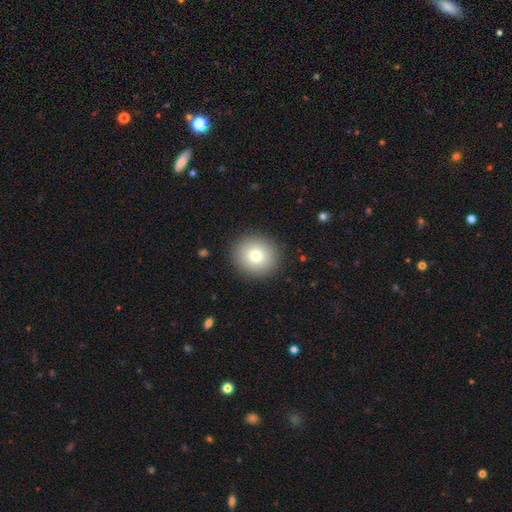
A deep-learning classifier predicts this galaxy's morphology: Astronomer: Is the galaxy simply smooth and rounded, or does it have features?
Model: smooth — 77%.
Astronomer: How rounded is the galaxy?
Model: round — 89%.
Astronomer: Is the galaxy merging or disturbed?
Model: none — 90%.